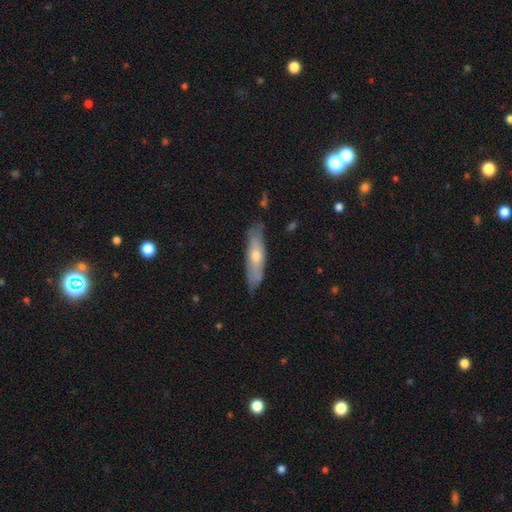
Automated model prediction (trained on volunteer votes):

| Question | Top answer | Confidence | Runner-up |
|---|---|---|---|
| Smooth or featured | featured or disk | 48% | smooth (45%) |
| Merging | none | 78% | minor disturbance (17%) |